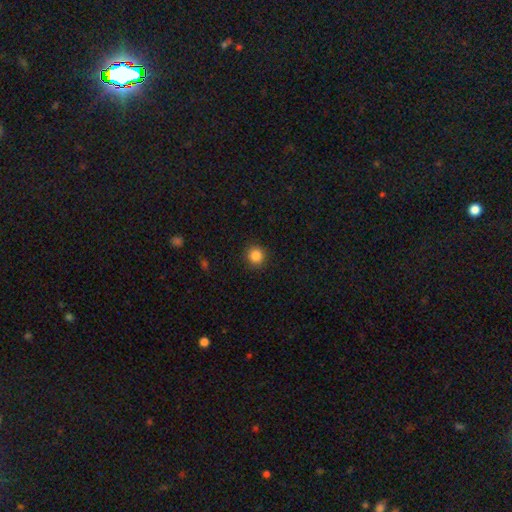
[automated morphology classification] This is clearly a smooth galaxy (85%). How rounded: clearly round (93%). Merging: clearly none (91%).